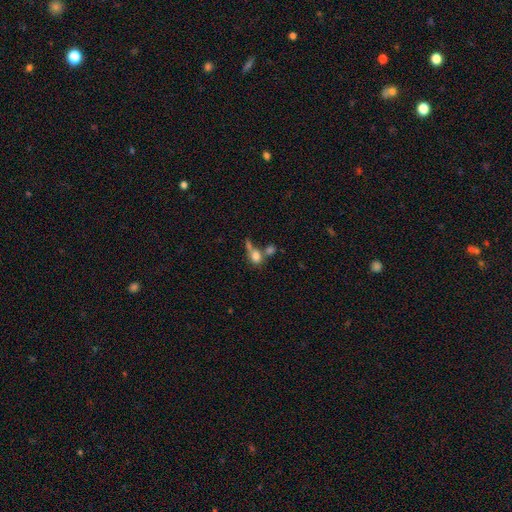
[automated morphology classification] smooth 73%, featured or disk 16%, star or artifact 11%. Down the decision tree: how rounded — in between (55%); merging — merger (47%).